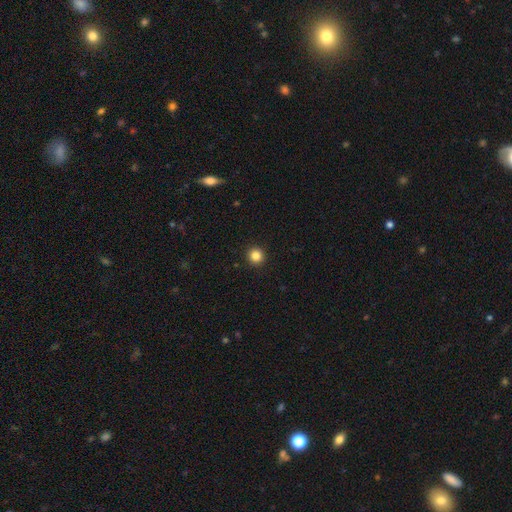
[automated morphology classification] smooth_or_featured: smooth (p=0.84) [alt: star or artifact p=0.12]
how_rounded: round (p=0.95) [alt: in between p=0.04]
merging: none (p=0.94) [alt: minor disturbance p=0.04]